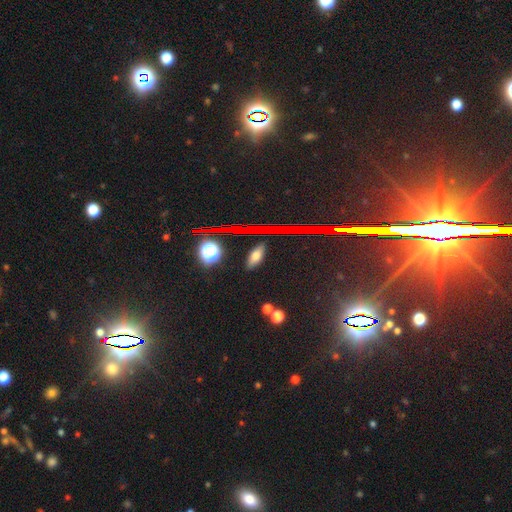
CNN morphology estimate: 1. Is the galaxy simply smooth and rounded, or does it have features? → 61% smooth, 25% star or artifact, 15% featured or disk.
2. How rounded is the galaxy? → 72% in between, 16% cigar-shaped, 12% round.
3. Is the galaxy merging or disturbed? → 84% none, 10% minor disturbance, 3% major disturbance, 3% merger.